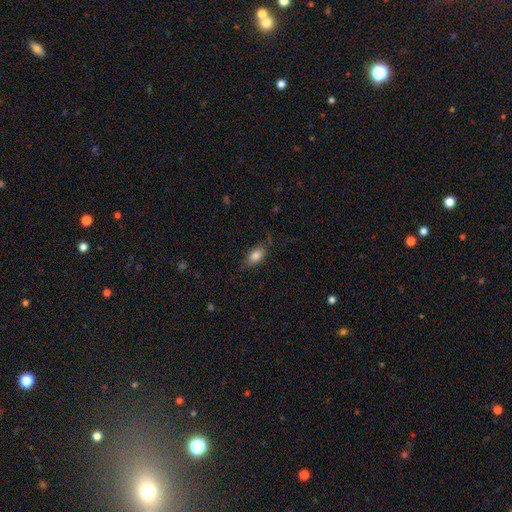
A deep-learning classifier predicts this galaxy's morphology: Smooth or featured? Predicted: smooth (p=0.79). How rounded? Predicted: in between (p=0.86). Merging? Predicted: none (p=0.68).